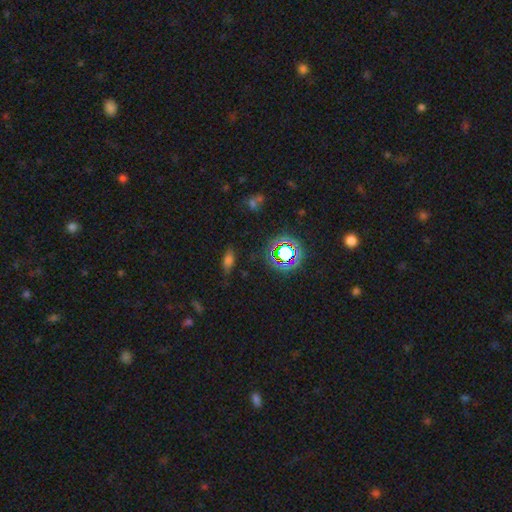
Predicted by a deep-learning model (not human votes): A star or artifact, not a galaxy (61%).

Vote fractions:
- Smooth or featured? star or artifact: 61% / smooth: 25% / featured or disk: 14%